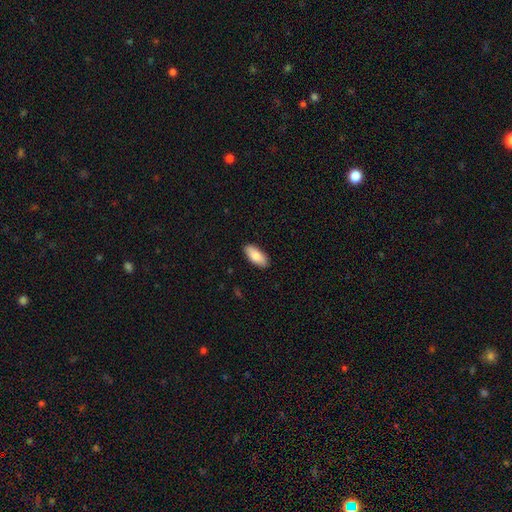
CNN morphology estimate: Smooth or featured: smooth — 85% (featured or disk — 9%)
How rounded: in between — 87% (cigar-shaped — 11%)
Merging: none — 89% (minor disturbance — 8%)